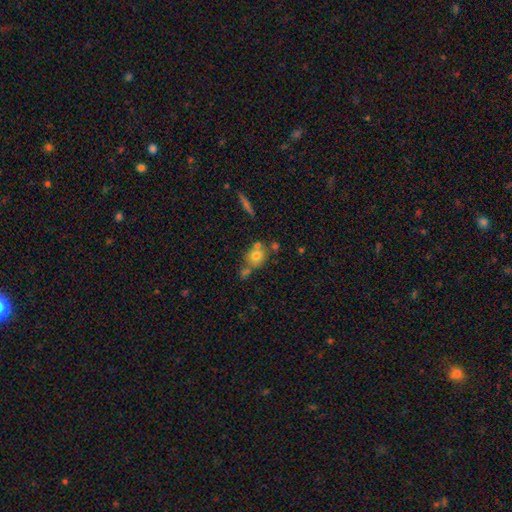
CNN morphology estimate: smooth 70%, featured or disk 19%, star or artifact 11%. Down the decision tree: how rounded — round (62%); merging — none (49%).